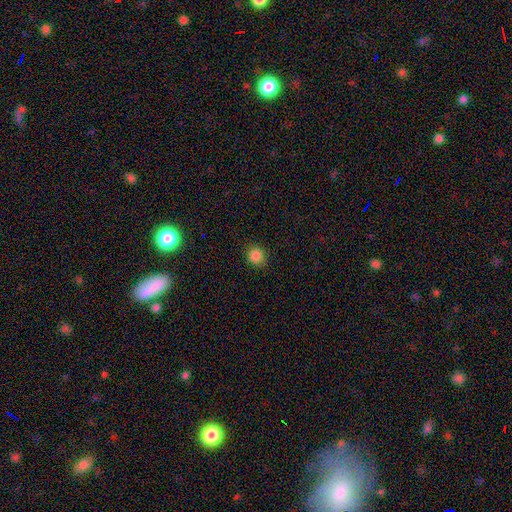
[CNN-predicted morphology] A smooth galaxy with no disk features (85%) that is round (87%).

Vote fractions:
- Smooth or featured? smooth: 85% / star or artifact: 12% / featured or disk: 3%
- How rounded? round: 87% / in between: 12% / cigar-shaped: 1%
- Merging? none: 89% / minor disturbance: 8% / major disturbance: 2% / merger: 1%